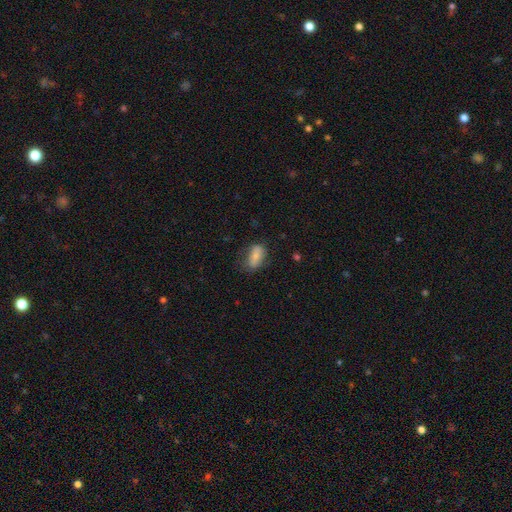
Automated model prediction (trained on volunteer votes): Smooth or featured? smooth (74%)
How rounded? in between (84%)
Merging? none (64%)